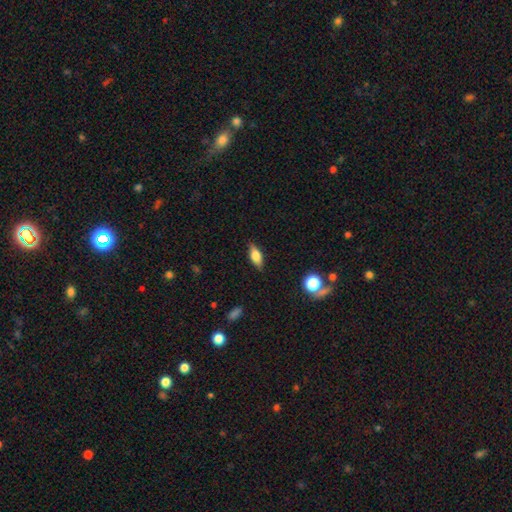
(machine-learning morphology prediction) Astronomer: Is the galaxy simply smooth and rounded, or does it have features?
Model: smooth — 68%.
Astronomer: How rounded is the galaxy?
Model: in between — 75%.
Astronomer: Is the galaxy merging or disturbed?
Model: none — 85%.